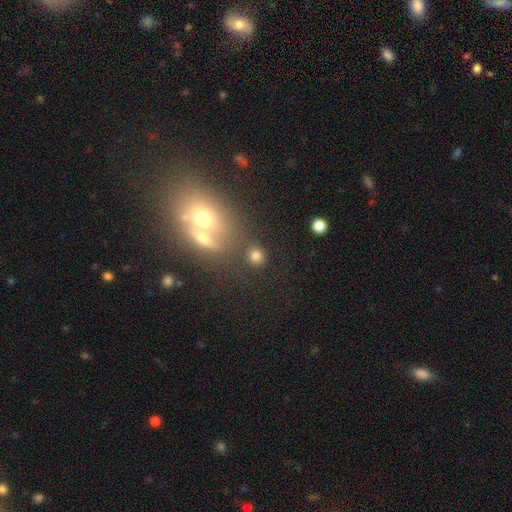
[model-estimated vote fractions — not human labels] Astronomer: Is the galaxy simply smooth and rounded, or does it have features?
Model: smooth — 78%.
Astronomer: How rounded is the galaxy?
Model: round — 86%.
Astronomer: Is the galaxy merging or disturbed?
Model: none — 76%.